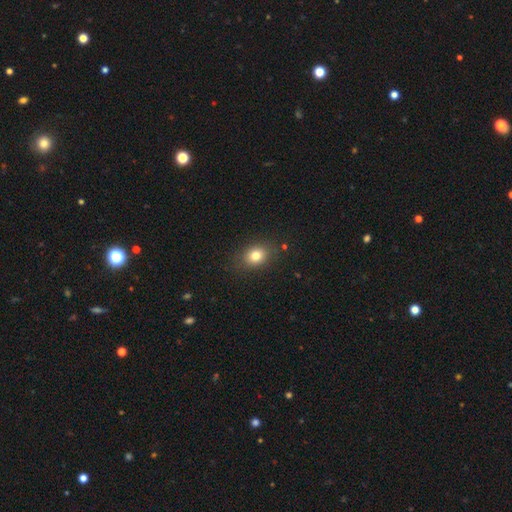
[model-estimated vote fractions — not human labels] Q: Smooth or featured?
A: smooth (80%); runner-up: star or artifact (12%)
Q: How rounded?
A: in between (50%); runner-up: round (49%)
Q: Merging?
A: none (84%); runner-up: minor disturbance (11%)